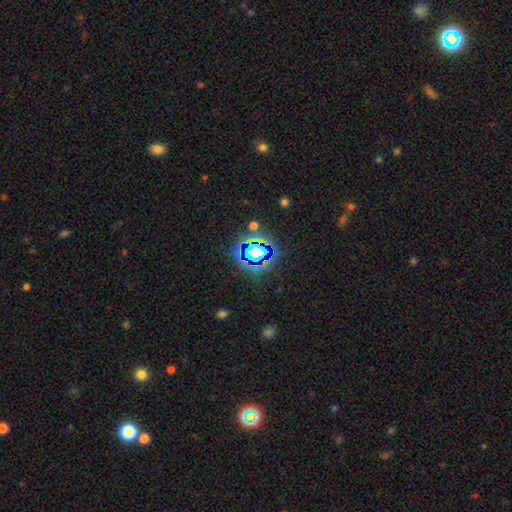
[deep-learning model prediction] This is likely a star or artifact rather than a galaxy (77%).